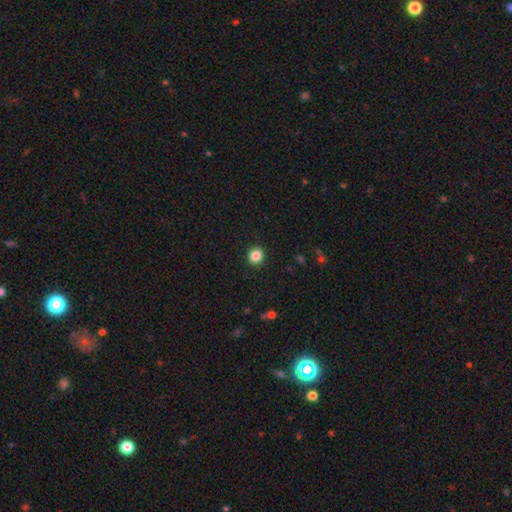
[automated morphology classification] A smooth galaxy with no disk features (86%) that is round (83%).

Vote fractions:
- Smooth or featured? smooth: 86% / star or artifact: 10% / featured or disk: 4%
- How rounded? round: 83% / in between: 16% / cigar-shaped: 1%
- Merging? none: 92% / minor disturbance: 5% / major disturbance: 2% / merger: 1%